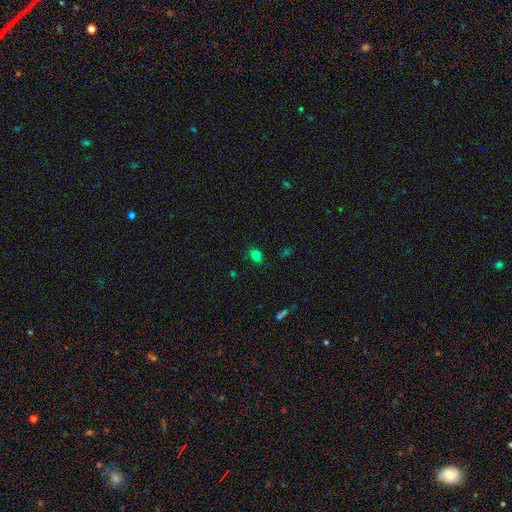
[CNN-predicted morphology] Overall: smooth (79%). How rounded: in between (60%; round 38%). Merging: none (84%).